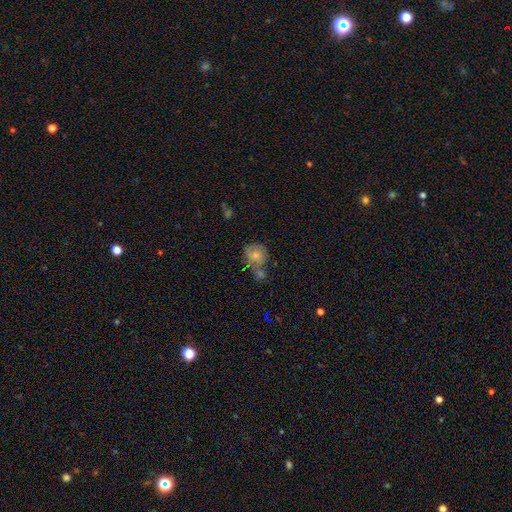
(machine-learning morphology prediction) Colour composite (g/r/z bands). It shows a smooth galaxy with no disk features (72%) that is round (76%). Merging: none (40%).